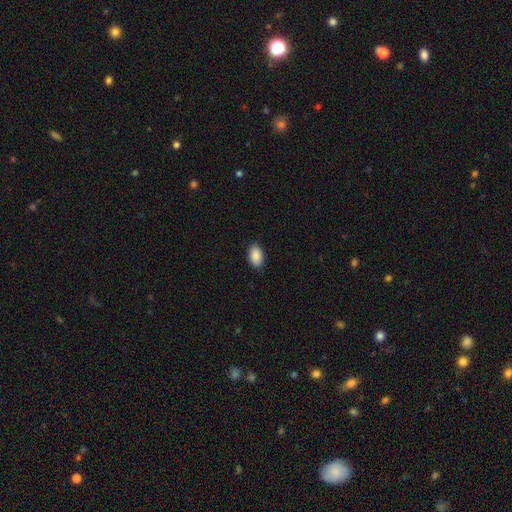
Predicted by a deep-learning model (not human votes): smooth_or_featured: smooth (p=0.90) [alt: star or artifact p=0.07]
how_rounded: in between (p=0.93) [alt: round p=0.06]
merging: none (p=0.88) [alt: minor disturbance p=0.09]